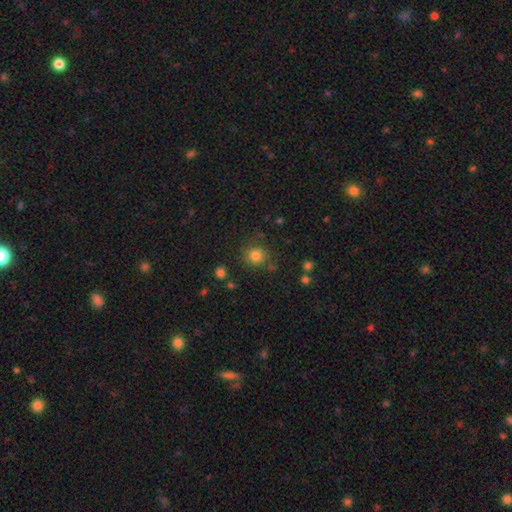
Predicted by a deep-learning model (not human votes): Smooth or featured? Predicted: smooth (p=0.80). How rounded? Predicted: round (p=0.88). Merging? Predicted: none (p=0.81).